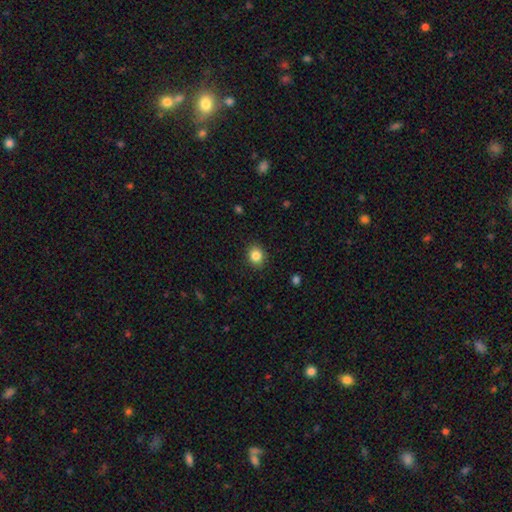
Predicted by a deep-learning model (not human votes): Smooth or featured: smooth — 84% (star or artifact — 10%)
How rounded: round — 71% (in between — 28%)
Merging: none — 90% (minor disturbance — 7%)